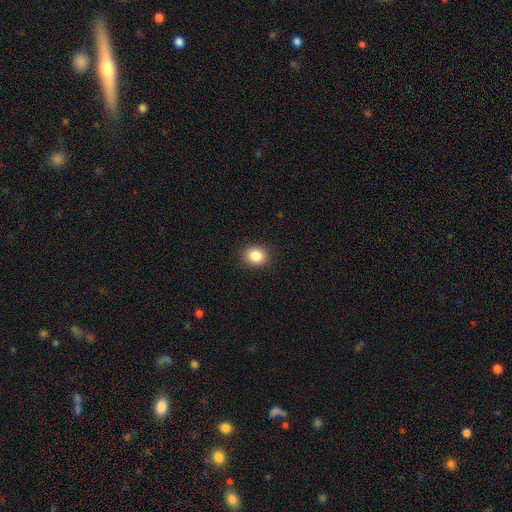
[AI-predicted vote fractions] Q: Smooth or featured?
A: smooth (86%); runner-up: star or artifact (9%)
Q: How rounded?
A: round (68%); runner-up: in between (31%)
Q: Merging?
A: none (90%); runner-up: minor disturbance (7%)